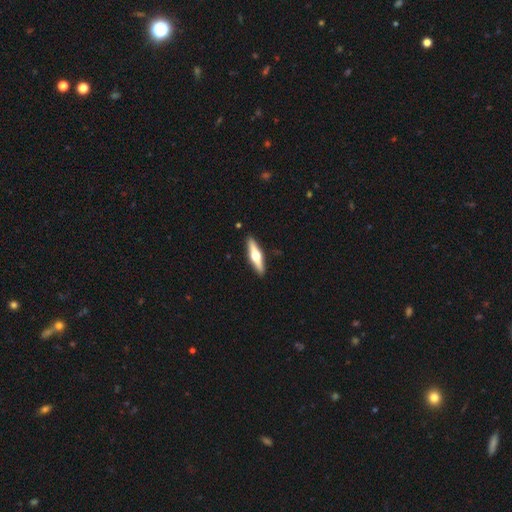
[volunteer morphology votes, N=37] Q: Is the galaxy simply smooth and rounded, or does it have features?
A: featured or disk — 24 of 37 (65%).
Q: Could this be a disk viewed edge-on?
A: yes — 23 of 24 (96%).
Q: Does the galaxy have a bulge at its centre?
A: rounded — 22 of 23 (96%).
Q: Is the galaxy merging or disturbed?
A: none — 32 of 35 (91%).